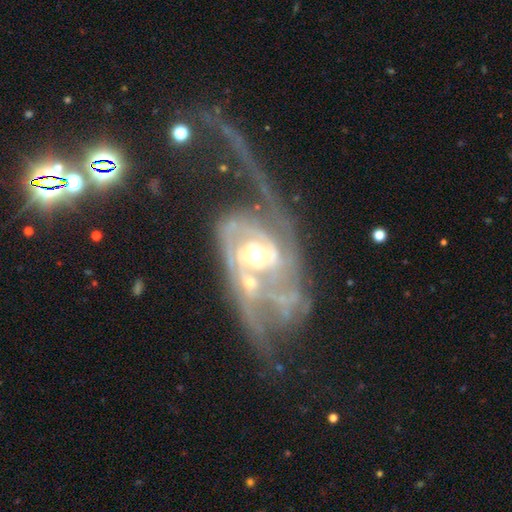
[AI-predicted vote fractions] This appears to be a featured or disk galaxy (86%) with no bar (50%), 2 (41%) tight (43%) spiral arms (86%) and a moderate central bulge (70%). Merging: major disturbance (38%).